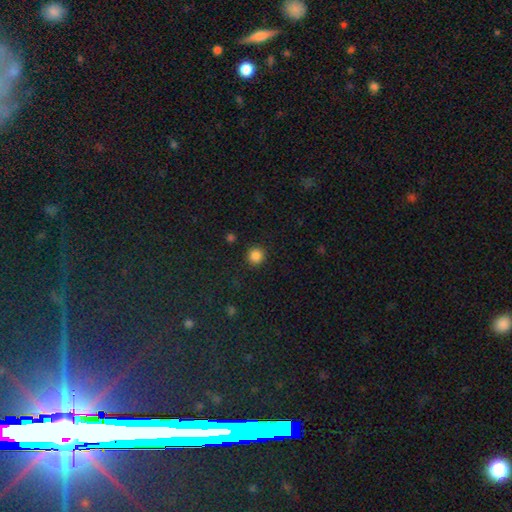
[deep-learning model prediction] The model was most divided on "smooth or featured": smooth: 85%, star or artifact: 11%, featured or disk: 3%. More confident: how rounded — round (94%); merging — none (90%).